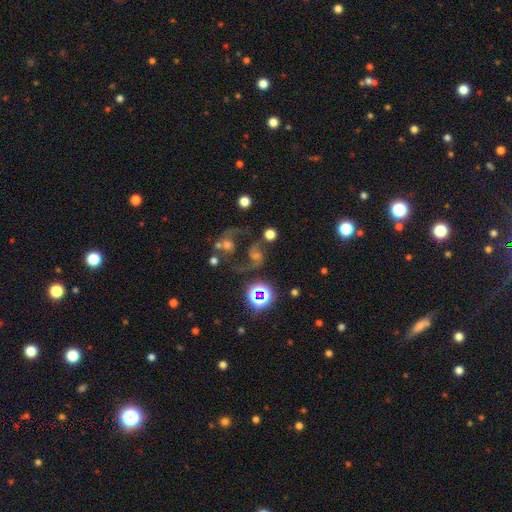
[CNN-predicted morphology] A star or artifact, not a galaxy (60%).